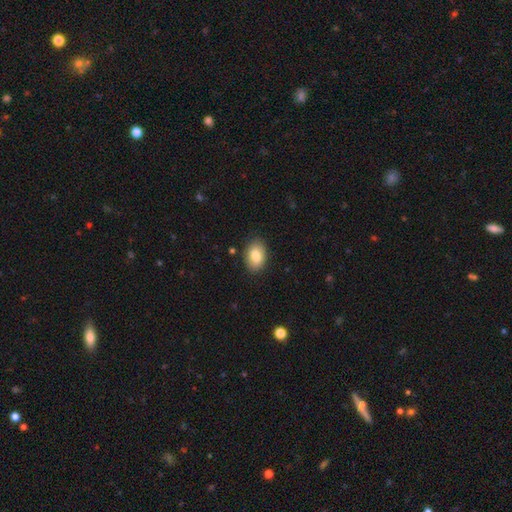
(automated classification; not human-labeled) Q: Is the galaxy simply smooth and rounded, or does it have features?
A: smooth — 84%.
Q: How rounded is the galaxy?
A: in between — 88%.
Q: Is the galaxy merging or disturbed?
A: none — 86%.